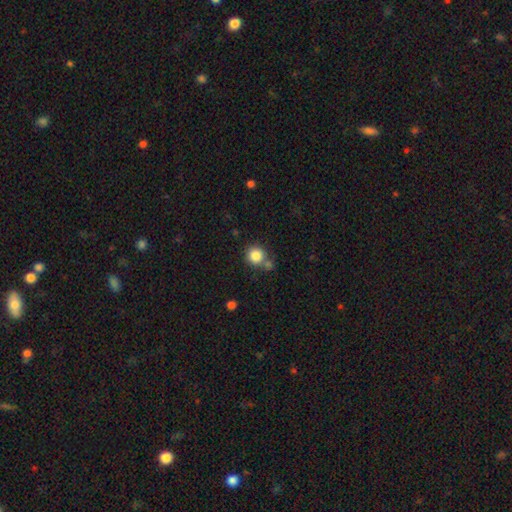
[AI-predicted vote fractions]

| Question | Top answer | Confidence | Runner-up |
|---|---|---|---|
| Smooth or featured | smooth | 84% | star or artifact (10%) |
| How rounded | round | 91% | in between (8%) |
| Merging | none | 66% | merger (17%) |